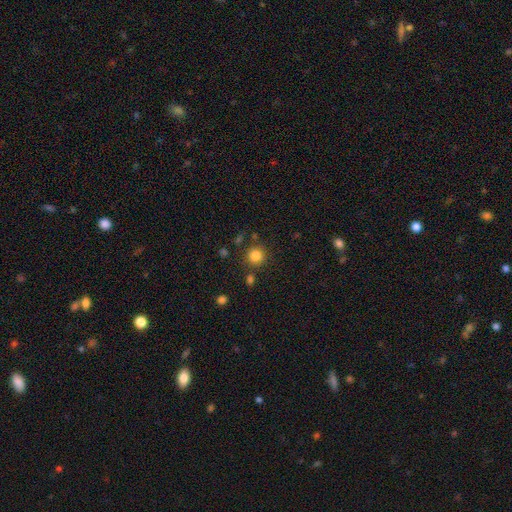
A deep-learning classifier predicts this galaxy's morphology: smooth_or_featured: smooth (p=0.83) [alt: star or artifact p=0.12]
how_rounded: round (p=0.93) [alt: in between p=0.06]
merging: none (p=0.82) [alt: minor disturbance p=0.08]